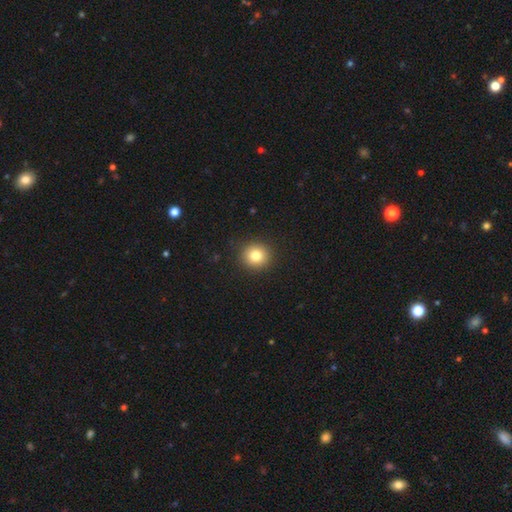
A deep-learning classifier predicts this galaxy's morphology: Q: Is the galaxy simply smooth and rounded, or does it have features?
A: smooth — 80%.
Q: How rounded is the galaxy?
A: round — 90%.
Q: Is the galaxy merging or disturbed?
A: none — 91%.